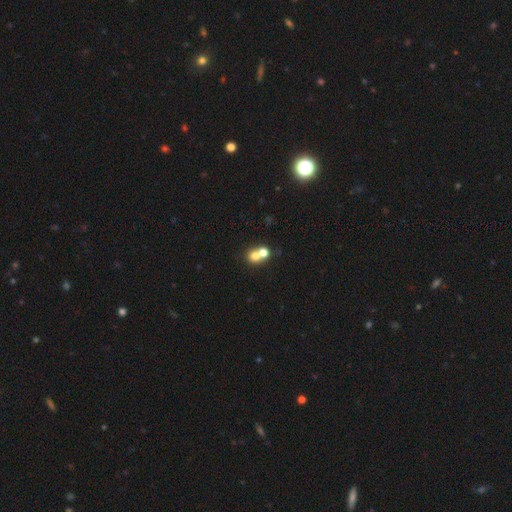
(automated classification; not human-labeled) Overall: smooth (70%). How rounded: round (78%). Merging: merger (57%; none 35%).